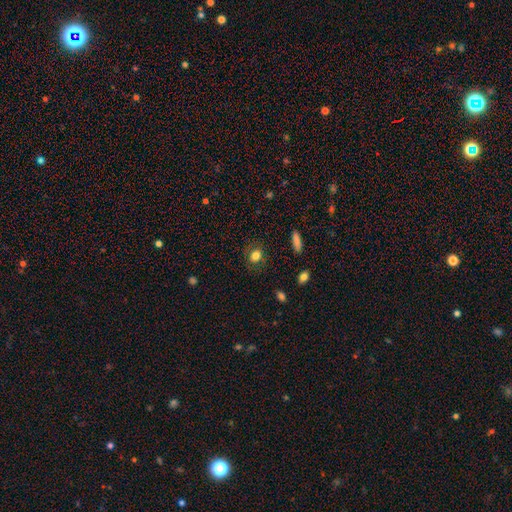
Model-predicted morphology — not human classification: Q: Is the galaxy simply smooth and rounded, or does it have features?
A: smooth — 78%.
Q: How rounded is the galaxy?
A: round — 59%.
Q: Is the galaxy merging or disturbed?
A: none — 81%.